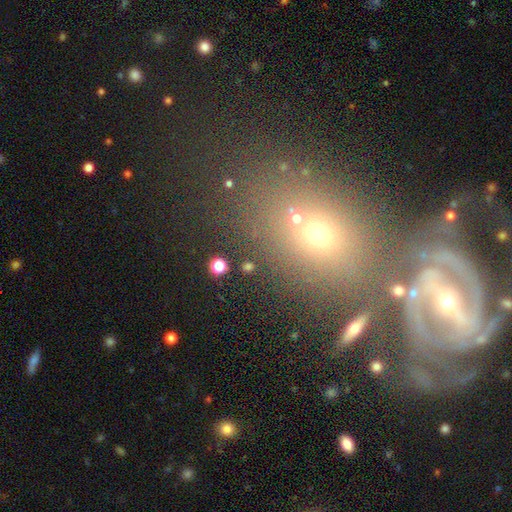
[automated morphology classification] Q: Smooth or featured?
A: featured or disk (48%); runner-up: smooth (32%)
Q: Merging?
A: none (52%); runner-up: merger (22%)